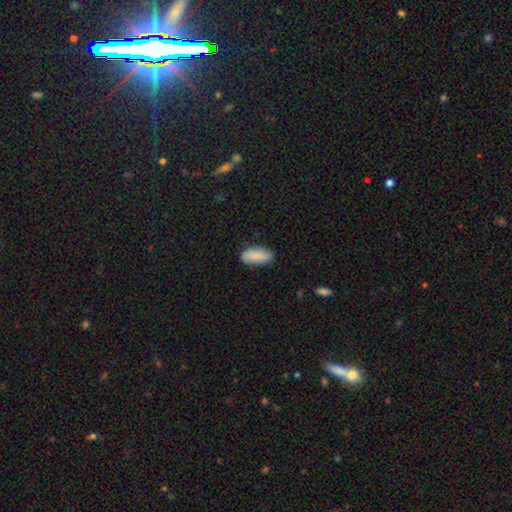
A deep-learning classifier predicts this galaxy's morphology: A smooth galaxy with no disk features (85%) that is in between round and cigar-shaped (87%). Merging: none (77%).